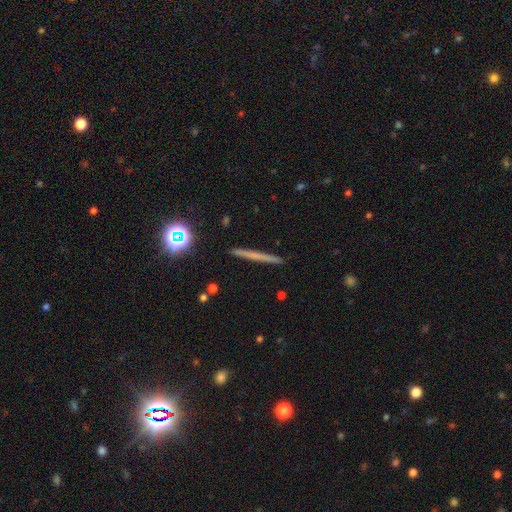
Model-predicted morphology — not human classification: This is marginally a smooth galaxy (44%, tied with featured or disk). Merging: clearly none (92%).